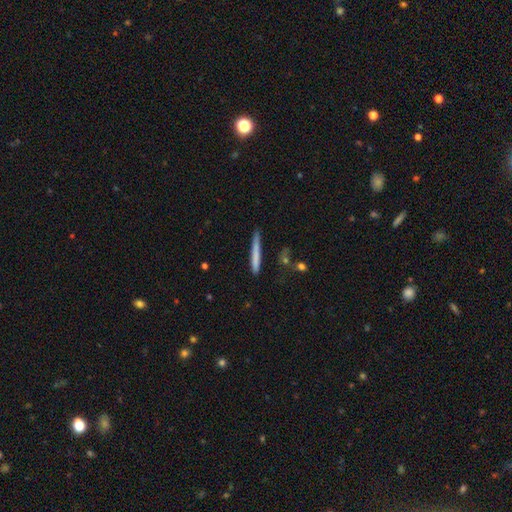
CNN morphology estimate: This appears to be a smooth galaxy with no disk features (69%) that is cigar-shaped (96%). Merging: none (81%).